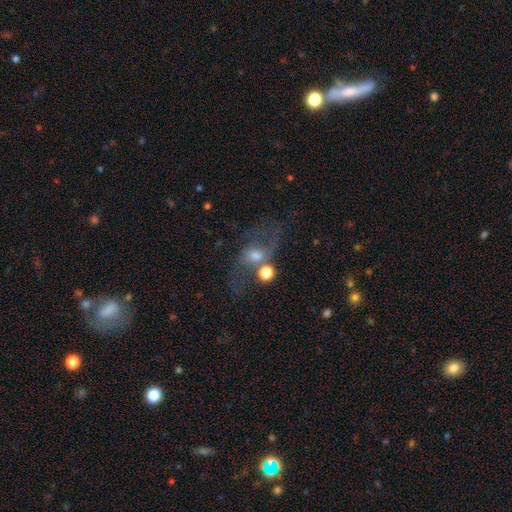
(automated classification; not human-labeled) Morphology: type=featured or disk (55%); edge-on=no (94%); bar=no (61%); spiral arms=yes (71%); bulge=moderate (58%); merging=none (43%).